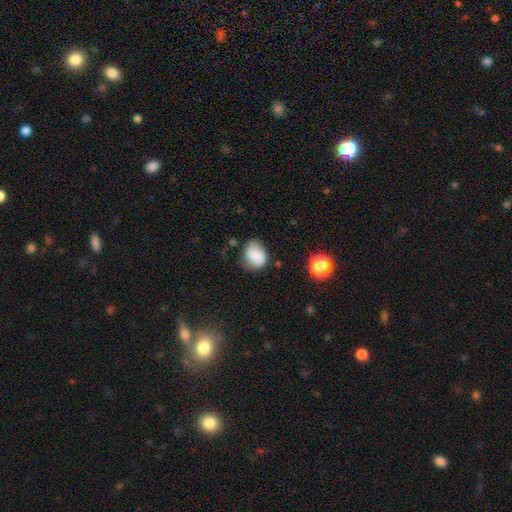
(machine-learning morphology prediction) This is likely a smooth galaxy (71%). How rounded: possibly in between (53%). Merging: possibly none (58%).